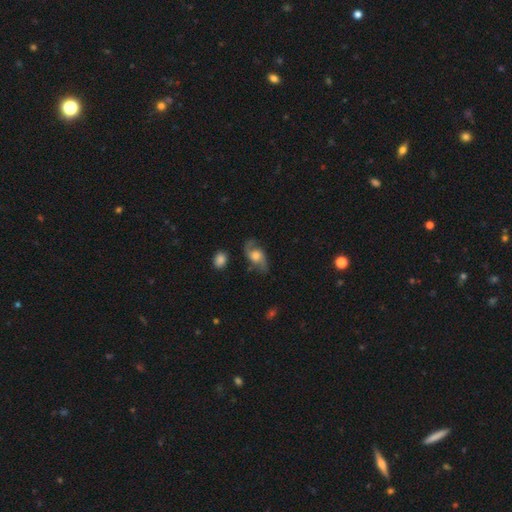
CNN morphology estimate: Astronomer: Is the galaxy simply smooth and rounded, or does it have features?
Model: featured or disk — 65%.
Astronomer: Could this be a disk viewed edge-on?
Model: no — 93%.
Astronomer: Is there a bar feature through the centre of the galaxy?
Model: no — 69%.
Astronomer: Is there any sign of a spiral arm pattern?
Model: yes — 90%.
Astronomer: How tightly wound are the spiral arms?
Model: loose — 60%.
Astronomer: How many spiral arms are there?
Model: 2 — 88%.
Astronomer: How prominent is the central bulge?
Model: moderate — 46% (runner-up: large, 34%).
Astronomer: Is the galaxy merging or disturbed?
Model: none — 68%.